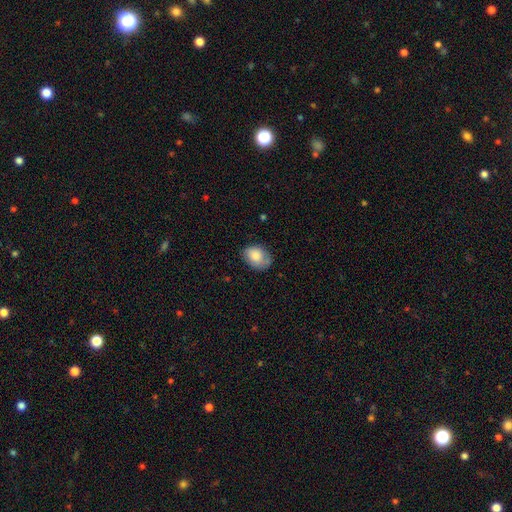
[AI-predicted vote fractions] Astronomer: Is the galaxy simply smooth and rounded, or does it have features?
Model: smooth — 82%.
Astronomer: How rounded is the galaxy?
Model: in between — 70%.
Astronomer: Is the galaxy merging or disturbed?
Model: none — 65%.